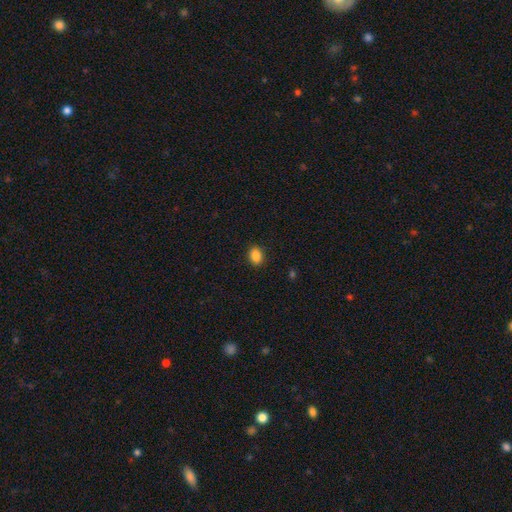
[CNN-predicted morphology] Q: Smooth or featured?
A: smooth (88%); runner-up: star or artifact (9%)
Q: How rounded?
A: in between (69%); runner-up: round (30%)
Q: Merging?
A: none (90%); runner-up: minor disturbance (7%)